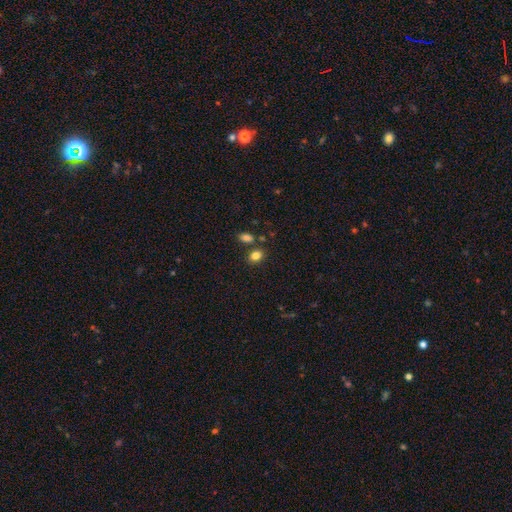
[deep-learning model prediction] Smooth or featured: smooth — 84% (star or artifact — 11%)
How rounded: in between — 70% (round — 29%)
Merging: none — 75% (merger — 12%)